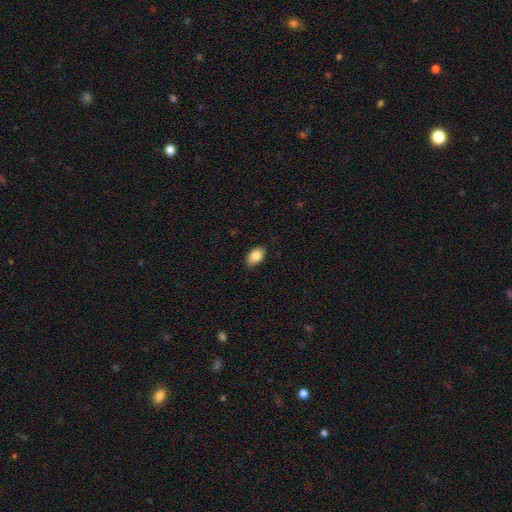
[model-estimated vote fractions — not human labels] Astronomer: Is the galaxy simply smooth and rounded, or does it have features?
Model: smooth — 84%.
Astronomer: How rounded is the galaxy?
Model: in between — 92%.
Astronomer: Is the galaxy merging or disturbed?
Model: none — 87%.